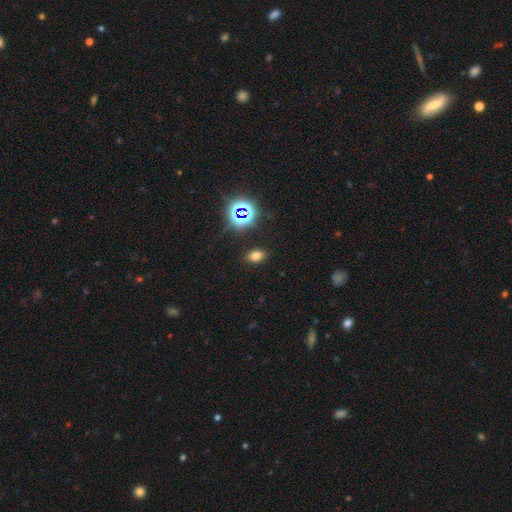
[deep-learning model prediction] smooth_or_featured: smooth (p=0.69) [alt: star or artifact p=0.24]
how_rounded: in between (p=0.79) [alt: round p=0.19]
merging: none (p=0.86) [alt: minor disturbance p=0.09]